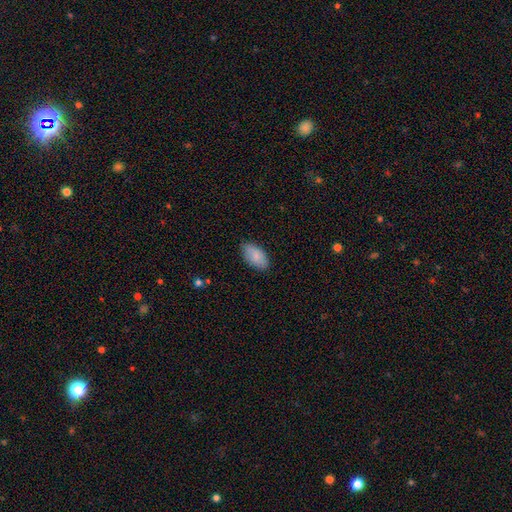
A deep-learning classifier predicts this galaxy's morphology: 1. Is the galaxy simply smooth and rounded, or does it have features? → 85% smooth, 9% featured or disk, 6% star or artifact.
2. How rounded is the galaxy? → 94% in between, 3% round, 3% cigar-shaped.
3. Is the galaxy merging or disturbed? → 83% none, 14% minor disturbance, 3% major disturbance, 1% merger.